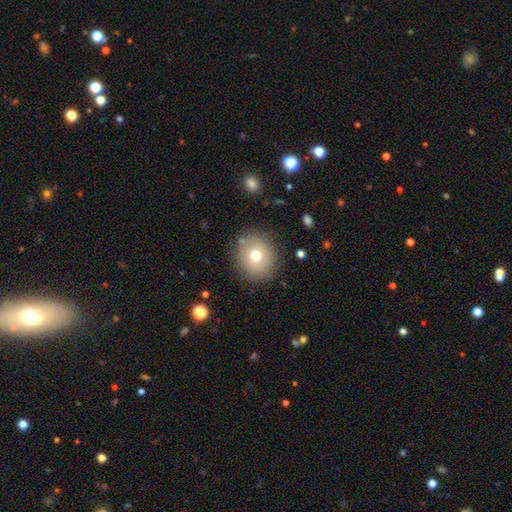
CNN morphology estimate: Overall: smooth (71%). How rounded: round (77%). Merging: none (85%).